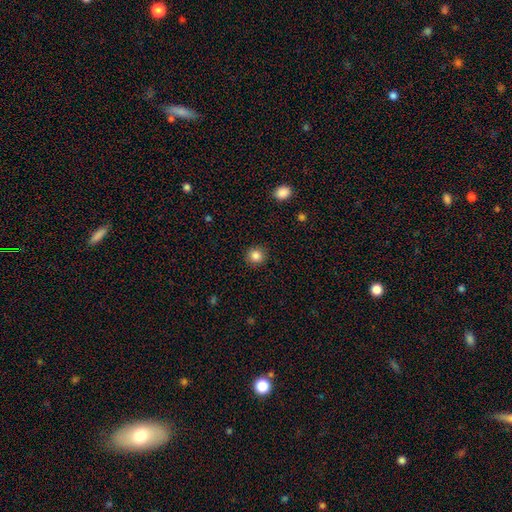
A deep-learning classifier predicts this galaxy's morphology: Smooth or featured? smooth (85%)
How rounded? round (92%)
Merging? none (91%)